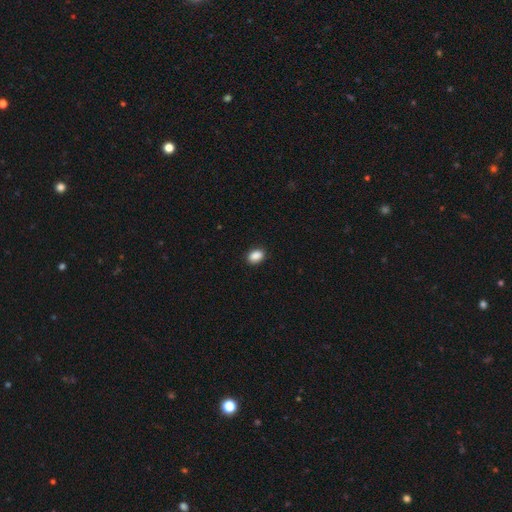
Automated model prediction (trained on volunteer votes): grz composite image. It shows a smooth galaxy with no disk features (89%) that is in between round and cigar-shaped (80%). Merging: none (90%).